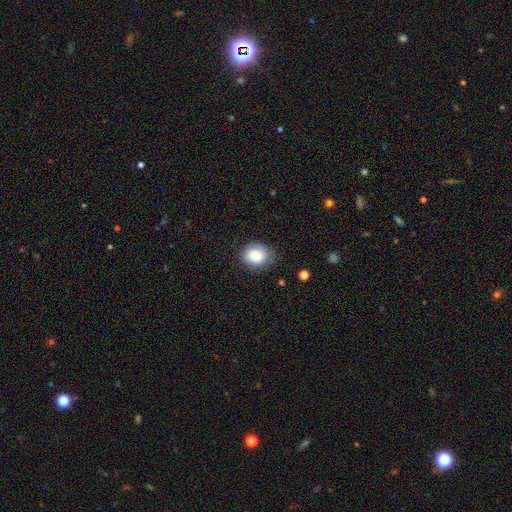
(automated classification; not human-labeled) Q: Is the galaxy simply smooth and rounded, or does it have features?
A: smooth — 81%.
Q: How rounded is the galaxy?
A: round — 52%.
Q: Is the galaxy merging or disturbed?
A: none — 79%.